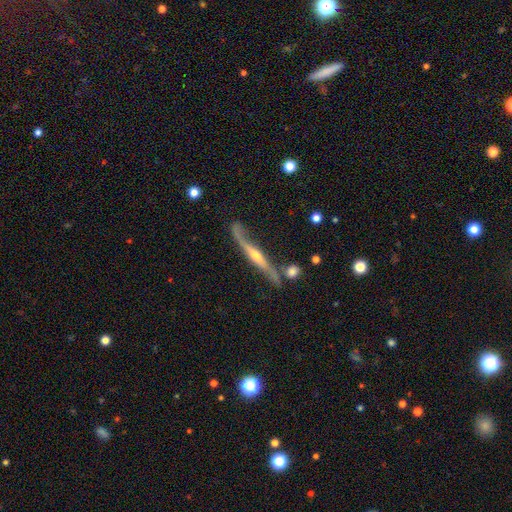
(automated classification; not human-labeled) The model was most divided on "merging": none: 62%, minor disturbance: 21%, merger: 10%, major disturbance: 8%. More confident: edge-on disk — yes (85%); edge-on bulge — rounded (84%); smooth or featured — featured or disk (82%).